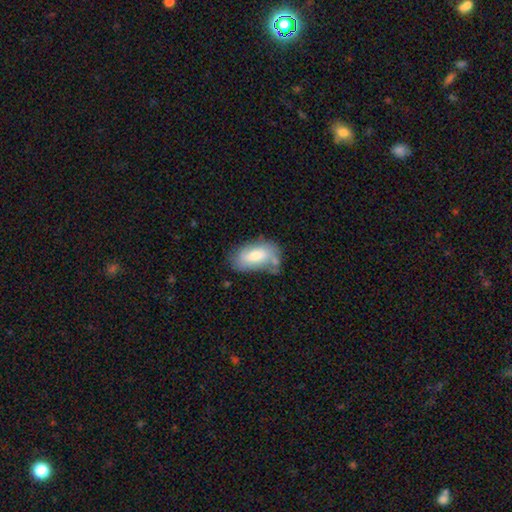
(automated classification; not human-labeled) smooth_or_featured: smooth (p=0.70) [alt: featured or disk p=0.24]
how_rounded: in between (p=0.92) [alt: round p=0.04]
merging: none (p=0.51) [alt: minor disturbance p=0.28]